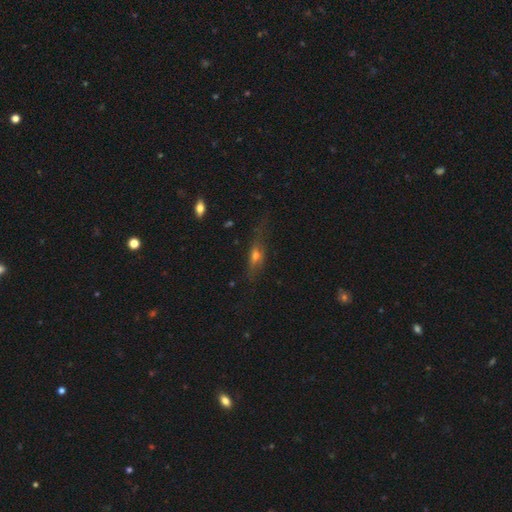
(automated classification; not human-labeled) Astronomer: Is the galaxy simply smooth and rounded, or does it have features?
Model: smooth — 47% (runner-up: featured or disk, 39%).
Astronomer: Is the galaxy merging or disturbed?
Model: none — 56%.